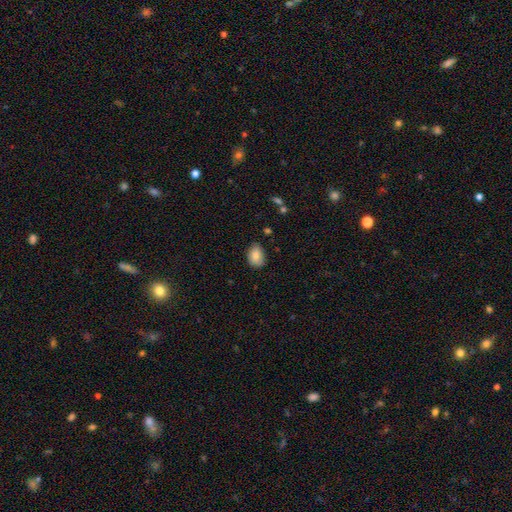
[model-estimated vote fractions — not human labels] Q: Smooth or featured?
A: smooth (85%); runner-up: star or artifact (8%)
Q: How rounded?
A: in between (78%); runner-up: round (21%)
Q: Merging?
A: none (74%); runner-up: minor disturbance (22%)